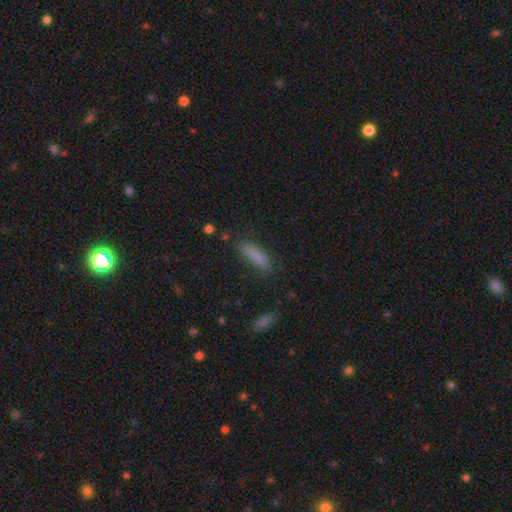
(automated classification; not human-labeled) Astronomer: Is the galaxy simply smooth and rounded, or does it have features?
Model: smooth — 83%.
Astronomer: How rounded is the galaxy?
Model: cigar-shaped — 72%.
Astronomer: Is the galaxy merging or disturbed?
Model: none — 82%.